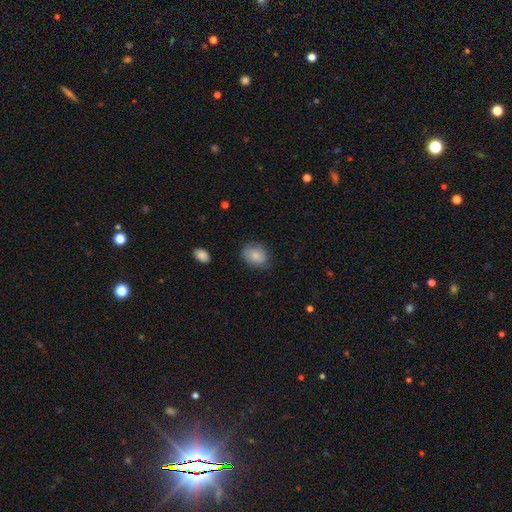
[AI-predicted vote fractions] This appears to be a smooth galaxy with no disk features (80%) that is in between round and cigar-shaped (59%). Merging: none (70%).